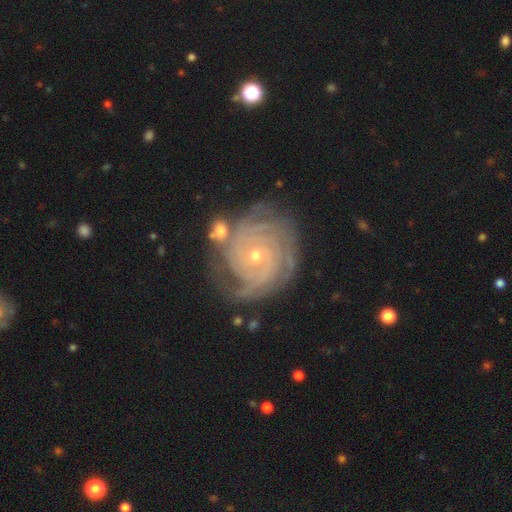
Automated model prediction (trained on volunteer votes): Morphology: type=featured or disk (91%); edge-on=no (98%); bar=no (74%); spiral arms=yes (98%); winding=tight (84%); arm count=4 (28%); bulge=small (64%); merging=none (70%).